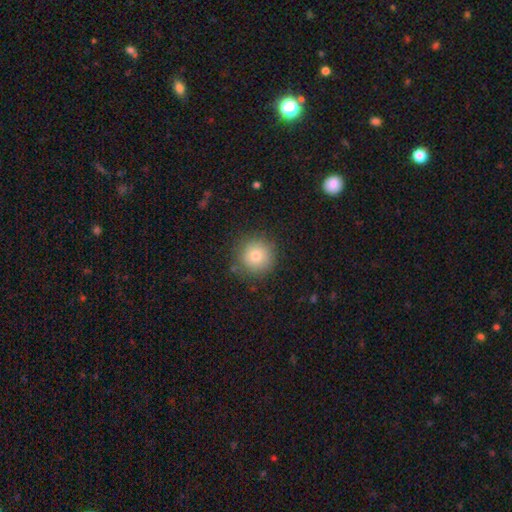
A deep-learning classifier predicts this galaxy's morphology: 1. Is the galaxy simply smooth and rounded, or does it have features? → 78% smooth, 12% star or artifact, 10% featured or disk.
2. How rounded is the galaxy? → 95% round, 4% in between, 1% cigar-shaped.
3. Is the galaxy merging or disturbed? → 87% none, 9% minor disturbance, 3% major disturbance, 1% merger.